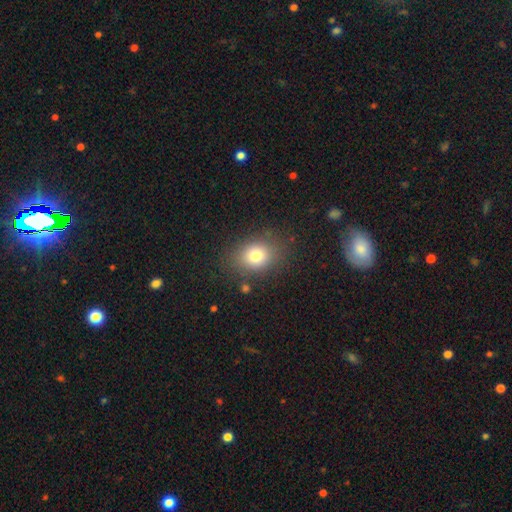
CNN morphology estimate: smooth 77%, star or artifact 12%, featured or disk 10%. Down the decision tree: how rounded — in between (51%); merging — none (82%).